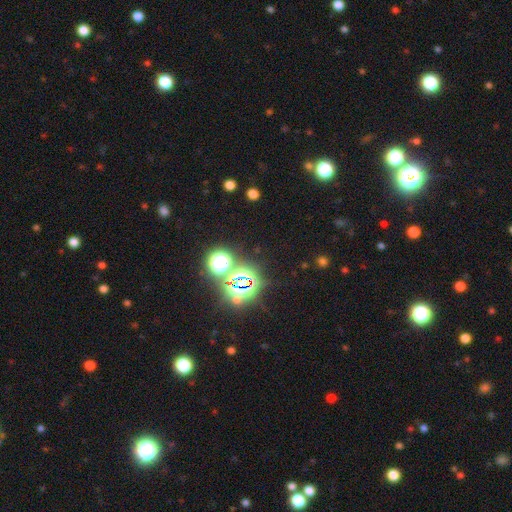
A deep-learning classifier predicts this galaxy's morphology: Smooth or featured? star or artifact (73%)